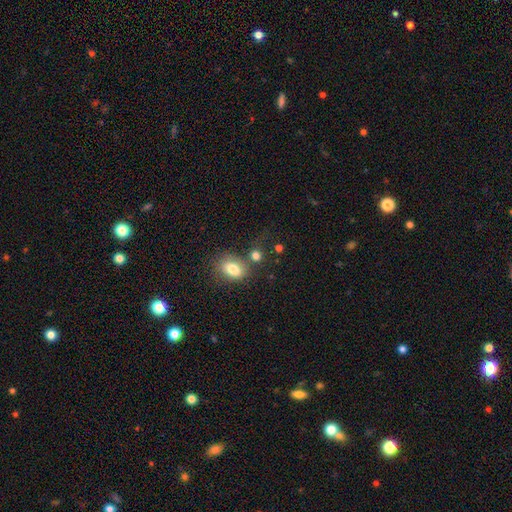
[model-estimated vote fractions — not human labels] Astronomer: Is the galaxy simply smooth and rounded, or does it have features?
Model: smooth — 79%.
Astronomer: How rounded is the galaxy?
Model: round — 61% (runner-up: in between, 37%).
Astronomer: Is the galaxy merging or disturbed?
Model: none — 57%.